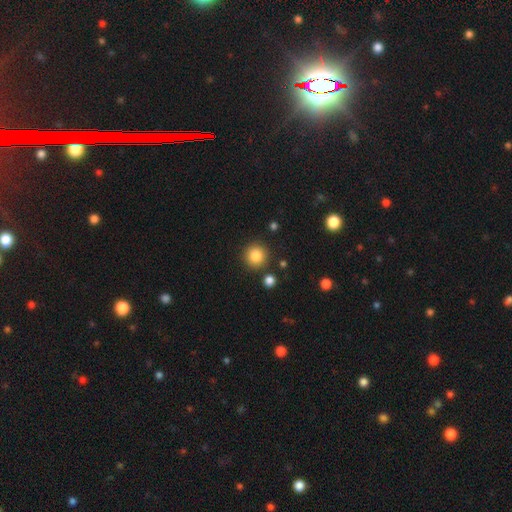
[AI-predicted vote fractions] This appears to be a smooth galaxy with no disk features (85%) that is round (94%). Merging: none (87%).